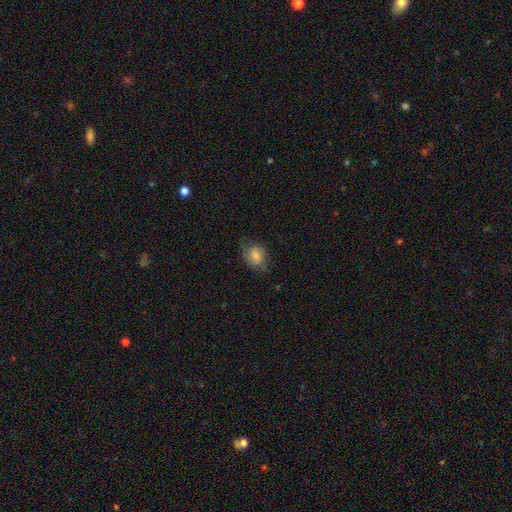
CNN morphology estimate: Q: Smooth or featured?
A: smooth (60%); runner-up: featured or disk (31%)
Q: How rounded?
A: in between (66%); runner-up: round (32%)
Q: Merging?
A: none (65%); runner-up: minor disturbance (24%)